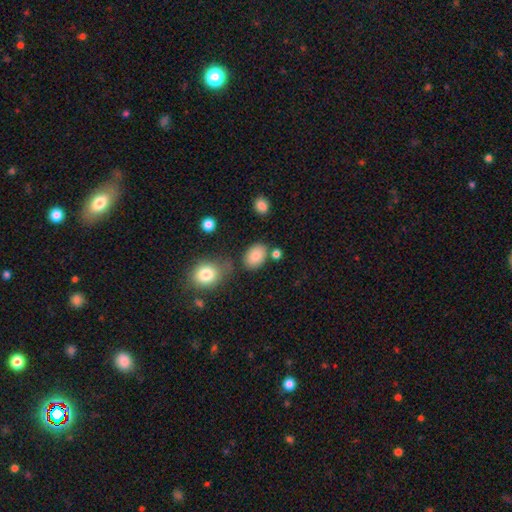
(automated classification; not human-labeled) Smooth or featured? Predicted: smooth (p=0.85). How rounded? Predicted: in between (p=0.81). Merging? Predicted: none (p=0.72).